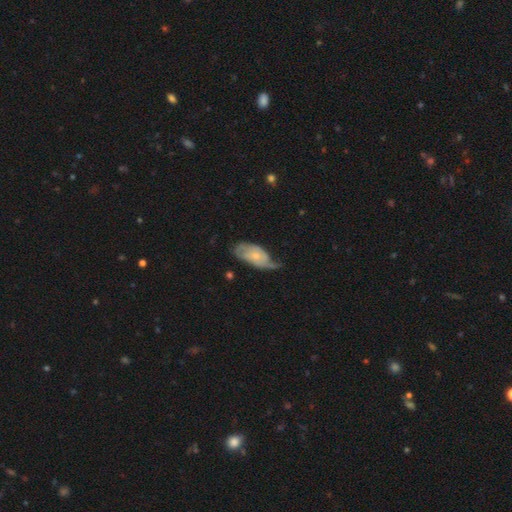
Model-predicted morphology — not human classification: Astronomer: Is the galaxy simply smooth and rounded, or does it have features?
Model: featured or disk — 60%.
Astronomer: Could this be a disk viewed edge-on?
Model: no — 93%.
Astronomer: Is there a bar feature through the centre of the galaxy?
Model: no — 74%.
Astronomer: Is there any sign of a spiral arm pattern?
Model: yes — 81%.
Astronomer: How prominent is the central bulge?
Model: small — 62%.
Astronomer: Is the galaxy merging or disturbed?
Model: none — 38% (runner-up: minor disturbance, 36%).